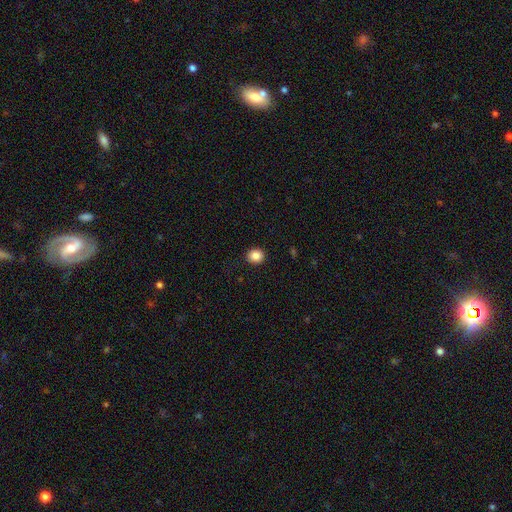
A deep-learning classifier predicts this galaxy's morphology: This is clearly a smooth galaxy (85%). How rounded: likely round (79%). Merging: clearly none (91%).